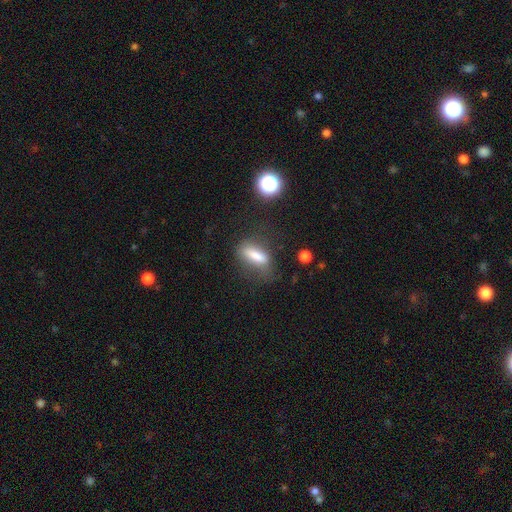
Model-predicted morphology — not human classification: Q: Smooth or featured?
A: smooth (70%); runner-up: featured or disk (18%)
Q: How rounded?
A: in between (48%); runner-up: cigar-shaped (47%)
Q: Merging?
A: none (59%); runner-up: minor disturbance (23%)